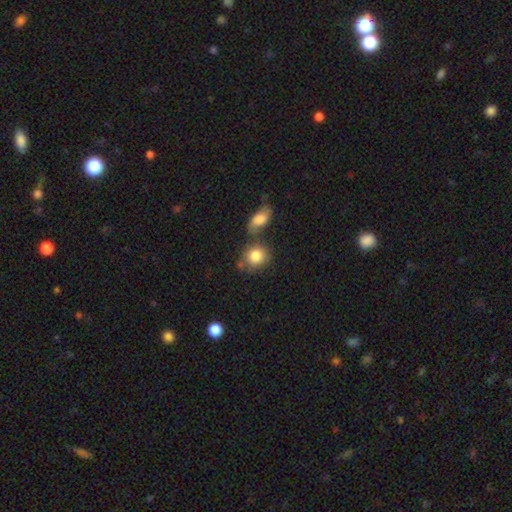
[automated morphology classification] smooth-or-featured: smooth: 83% | featured or disk: 9% | star or artifact: 8%
  how-rounded: round: 69% | in between: 30% | cigar-shaped: 1%
  merging: none: 60% | merger: 22% | minor disturbance: 14% | major disturbance: 5%